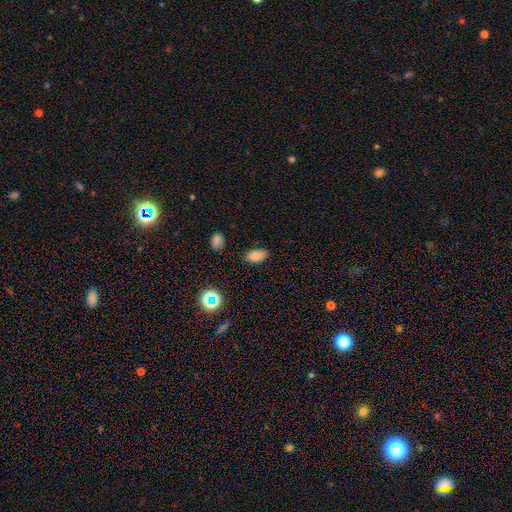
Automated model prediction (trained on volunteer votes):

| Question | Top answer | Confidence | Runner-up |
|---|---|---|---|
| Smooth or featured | smooth | 81% | star or artifact (13%) |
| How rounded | in between | 90% | round (5%) |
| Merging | none | 73% | minor disturbance (21%) |